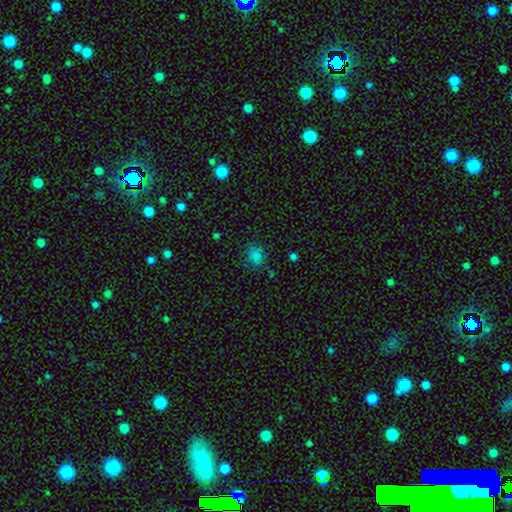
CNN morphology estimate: Smooth or featured?
  - smooth: 81% *
  - star or artifact: 15%
  - featured or disk: 4%
How rounded?
  - round: 50% *
  - in between: 49%
  - cigar-shaped: 1%
Merging?
  - none: 80% *
  - minor disturbance: 14%
  - major disturbance: 4%
  - merger: 2%